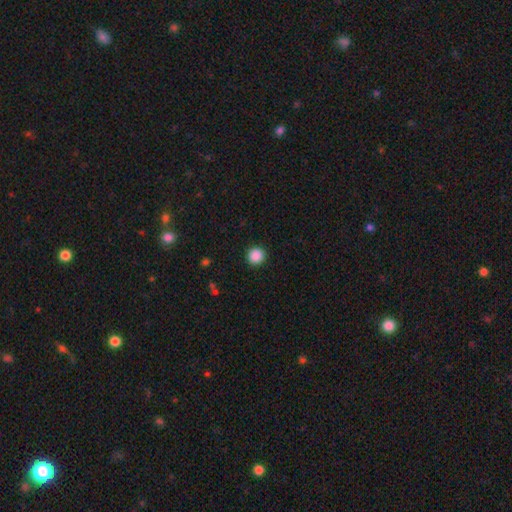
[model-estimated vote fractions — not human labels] A smooth galaxy with no disk features (88%) that is round (94%). Merging: none (92%).